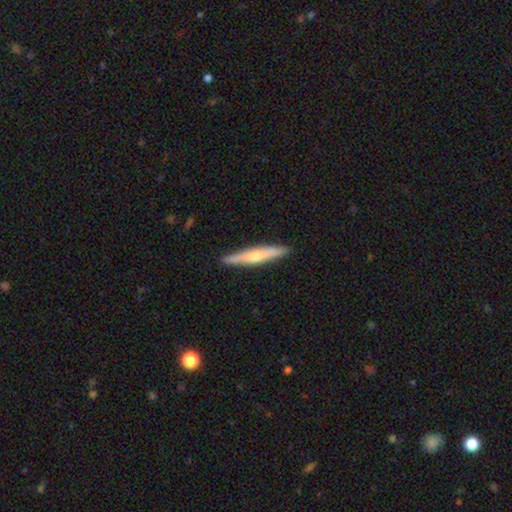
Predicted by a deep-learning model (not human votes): Smooth or featured? smooth (49%)
Merging? none (90%)